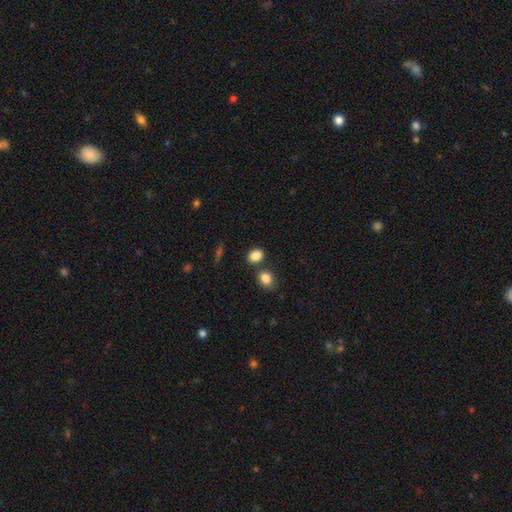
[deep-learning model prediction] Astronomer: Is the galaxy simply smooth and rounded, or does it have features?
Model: smooth — 86%.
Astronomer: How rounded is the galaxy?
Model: in between — 64%.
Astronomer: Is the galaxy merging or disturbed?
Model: none — 70%.